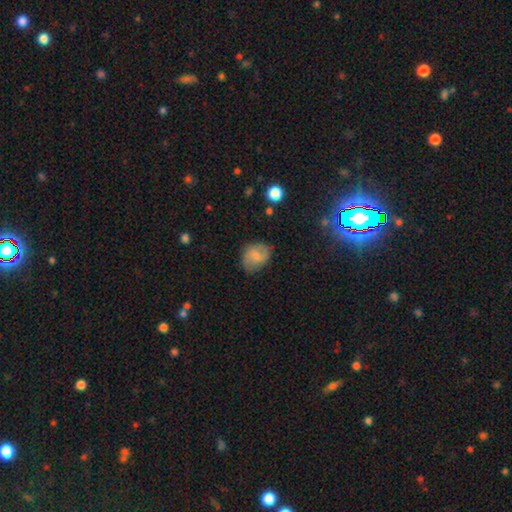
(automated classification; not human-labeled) A smooth galaxy with no disk features (52%) that is in between round and cigar-shaped (54%).

Vote fractions:
- Smooth or featured? smooth: 52% / featured or disk: 39% / star or artifact: 8%
- How rounded? in between: 54% / round: 44% / cigar-shaped: 1%
- Merging? none: 74% / minor disturbance: 19% / major disturbance: 6% / merger: 2%